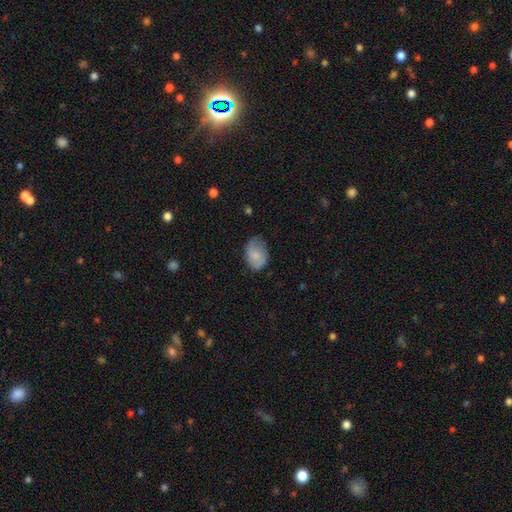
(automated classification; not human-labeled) A smooth galaxy with no disk features (71%) that is in between round and cigar-shaped (79%).

Vote fractions:
- Smooth or featured? smooth: 71% / featured or disk: 21% / star or artifact: 7%
- How rounded? in between: 79% / round: 20% / cigar-shaped: 1%
- Merging? none: 58% / minor disturbance: 31% / major disturbance: 10% / merger: 1%